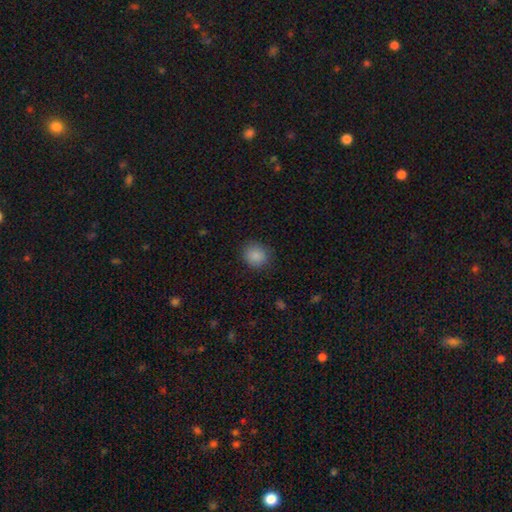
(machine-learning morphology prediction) The model was most divided on "how rounded": round: 79%, in between: 20%, cigar-shaped: 1%. More confident: smooth or featured — smooth (87%); merging — none (85%).